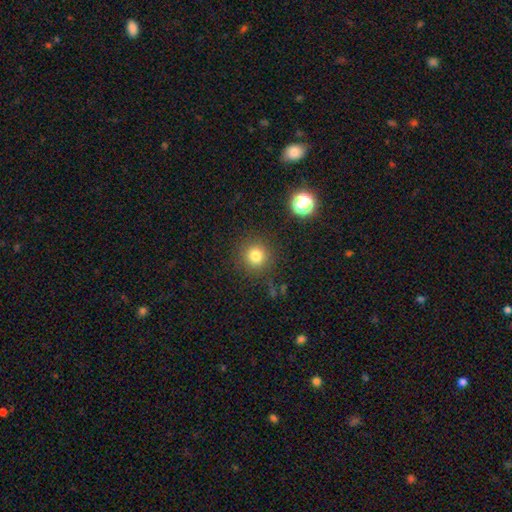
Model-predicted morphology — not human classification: The model was most divided on "smooth or featured": smooth: 80%, star or artifact: 14%, featured or disk: 7%. More confident: how rounded — round (94%); merging — none (88%).